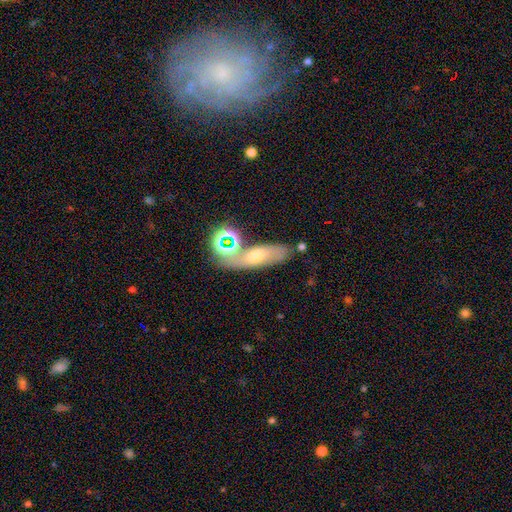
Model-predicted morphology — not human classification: Smooth or featured? Predicted: smooth (p=0.44). Merging? Predicted: none (p=0.56).